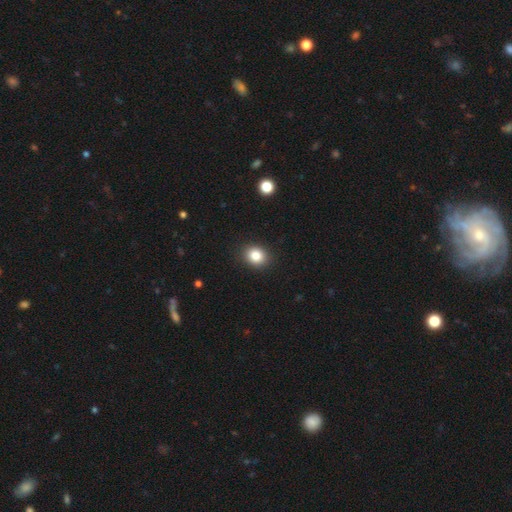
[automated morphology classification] Smooth or featured?
  - smooth: 84% *
  - star or artifact: 10%
  - featured or disk: 6%
How rounded?
  - round: 57% *
  - in between: 42%
  - cigar-shaped: 1%
Merging?
  - none: 89% *
  - minor disturbance: 8%
  - major disturbance: 2%
  - merger: 1%